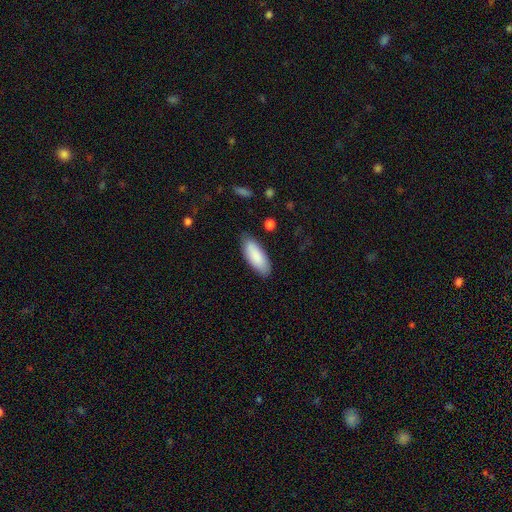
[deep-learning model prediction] smooth-or-featured: smooth: 88% | featured or disk: 7% | star or artifact: 6%
  how-rounded: in between: 74% | cigar-shaped: 24% | round: 1%
  merging: none: 83% | minor disturbance: 13% | major disturbance: 2% | merger: 1%